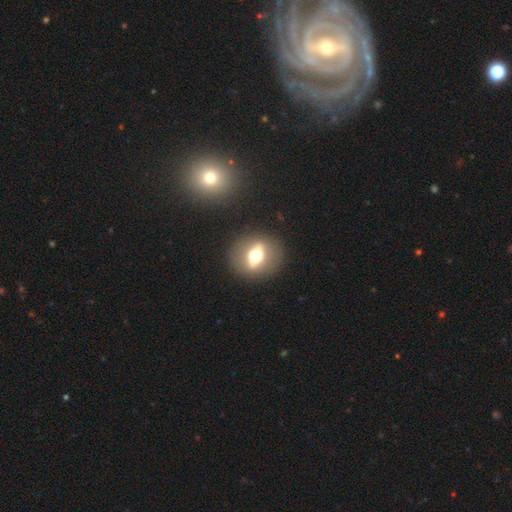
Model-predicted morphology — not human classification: The model was most divided on "edge-on disk" (2-way tie): no: 50%, yes: 50%. More confident: merging — none (87%); smooth or featured — featured or disk (59%).